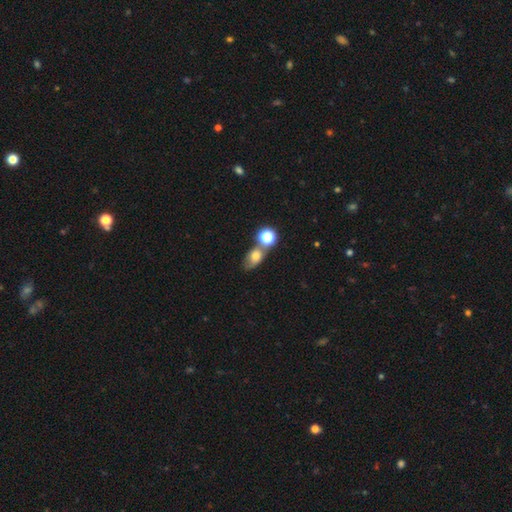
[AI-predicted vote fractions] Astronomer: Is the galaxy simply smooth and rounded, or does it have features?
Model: smooth — 67%.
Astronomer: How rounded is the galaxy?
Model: in between — 68%.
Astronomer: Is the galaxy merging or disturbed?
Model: none — 42% (runner-up: merger, 35%).